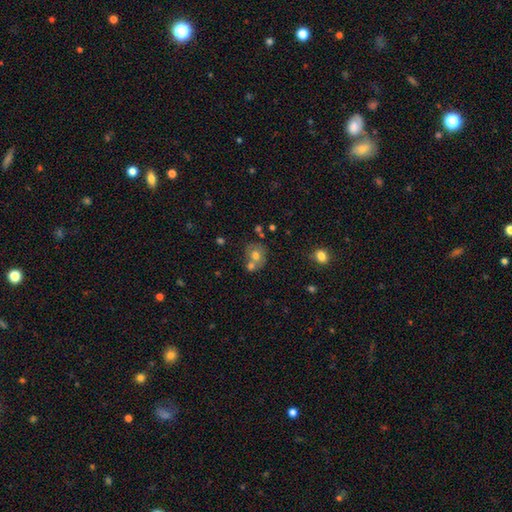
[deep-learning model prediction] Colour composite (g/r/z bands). It shows a smooth galaxy with no disk features (65%) that is round (73%). Merging: none (44%).